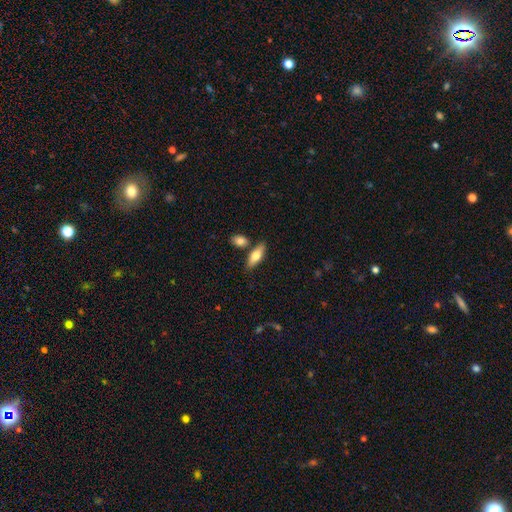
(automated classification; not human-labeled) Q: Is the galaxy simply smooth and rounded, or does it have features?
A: smooth — 66%.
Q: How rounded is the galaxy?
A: in between — 63%.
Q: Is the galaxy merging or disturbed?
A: none — 74%.